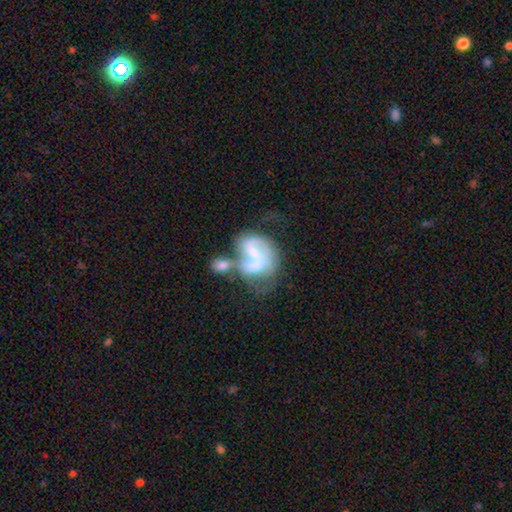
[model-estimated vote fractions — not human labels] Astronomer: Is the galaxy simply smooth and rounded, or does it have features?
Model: featured or disk — 64%.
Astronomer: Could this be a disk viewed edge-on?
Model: no — 98%.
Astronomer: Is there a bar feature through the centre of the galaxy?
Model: no — 52% (runner-up: weak, 35%).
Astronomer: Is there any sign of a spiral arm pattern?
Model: yes — 62% (runner-up: no, 38%).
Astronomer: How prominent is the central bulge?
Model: small — 43% (runner-up: moderate, 37%).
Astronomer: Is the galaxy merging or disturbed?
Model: merger — 61%.